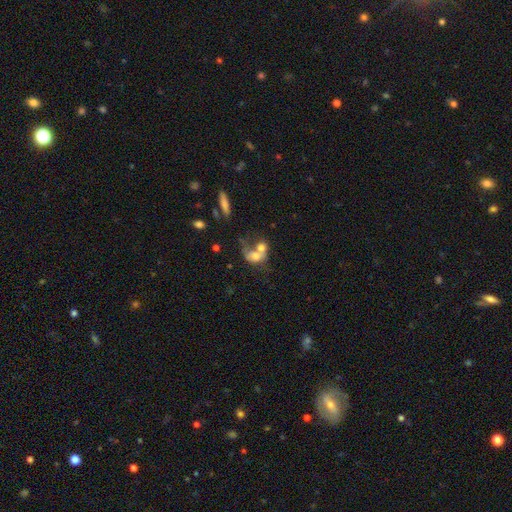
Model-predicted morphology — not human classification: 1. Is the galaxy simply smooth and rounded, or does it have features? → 59% smooth, 31% featured or disk, 10% star or artifact.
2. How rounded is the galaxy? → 58% in between, 40% round, 2% cigar-shaped.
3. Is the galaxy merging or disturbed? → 70% merger, 12% none, 11% major disturbance, 7% minor disturbance.